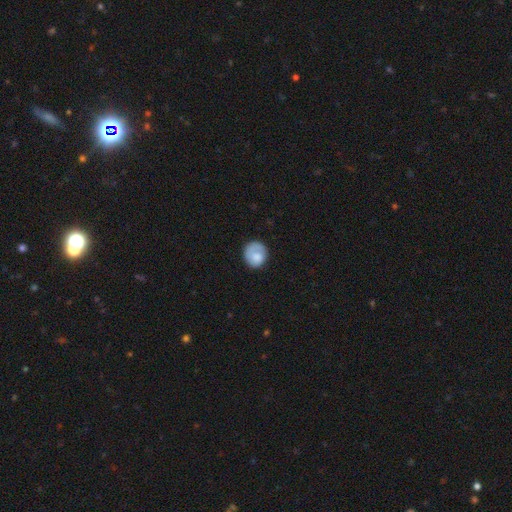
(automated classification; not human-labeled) The model was most divided on "merging": none: 62%, minor disturbance: 22%, major disturbance: 14%, merger: 2%. More confident: how rounded — round (80%); smooth or featured — smooth (74%).